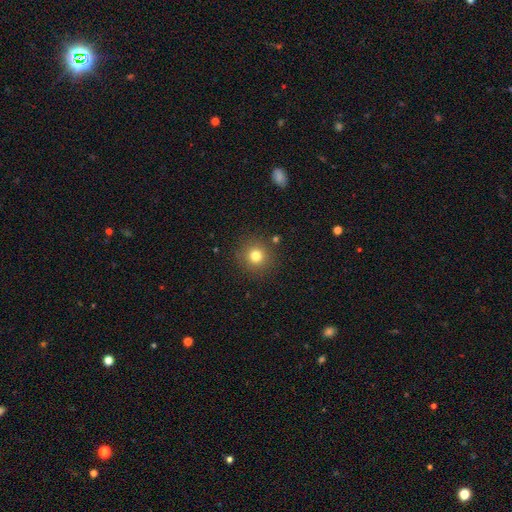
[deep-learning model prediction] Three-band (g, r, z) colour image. It shows a smooth galaxy with no disk features (78%) that is round (93%). Merging: none (88%).